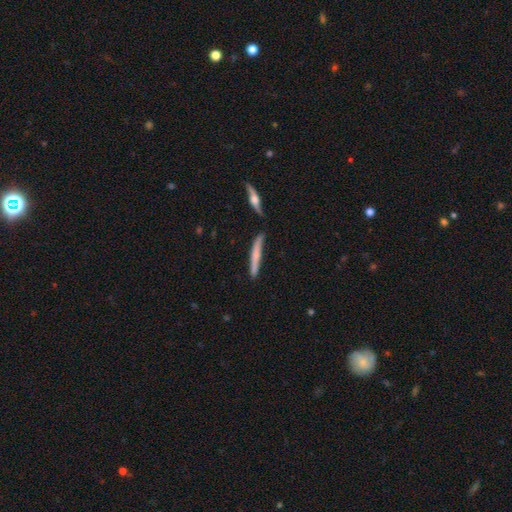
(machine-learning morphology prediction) smooth-or-featured: smooth: 57% | featured or disk: 38% | star or artifact: 6%
  how-rounded: cigar-shaped: 95% | in between: 4% | round: 2%
  merging: none: 76% | minor disturbance: 15% | merger: 6% | major disturbance: 3%